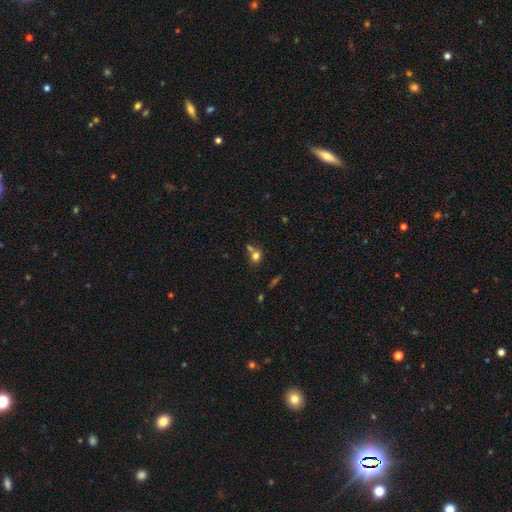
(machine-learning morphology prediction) smooth_or_featured: smooth (p=0.73) [alt: star or artifact p=0.14]
how_rounded: round (p=0.69) [alt: in between p=0.29]
merging: none (p=0.46) [alt: merger p=0.36]